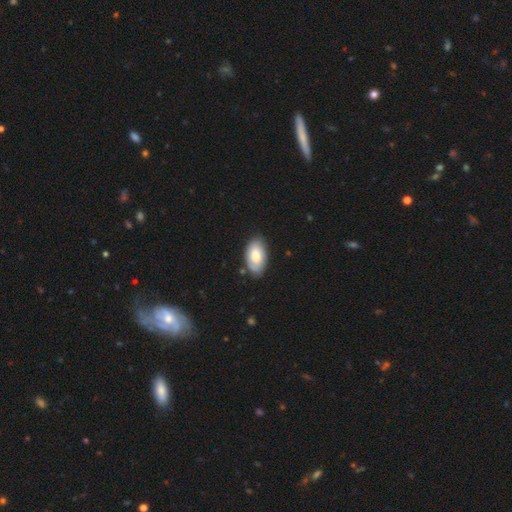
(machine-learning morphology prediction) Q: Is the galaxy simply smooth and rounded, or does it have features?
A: smooth — 71%.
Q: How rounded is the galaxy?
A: in between — 95%.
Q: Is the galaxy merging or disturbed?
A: none — 76%.